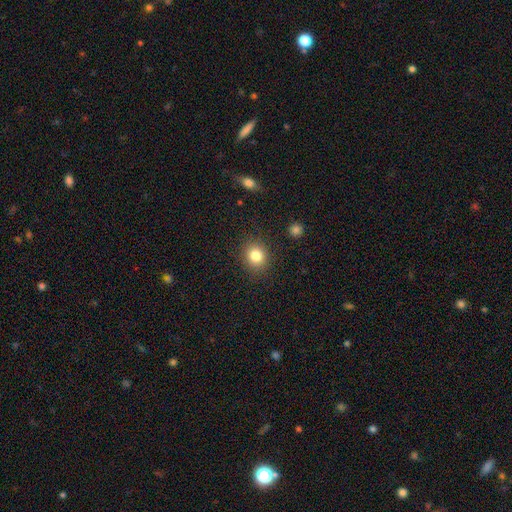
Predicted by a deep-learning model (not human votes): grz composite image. It shows a smooth galaxy with no disk features (83%) that is round (76%). Merging: none (88%).